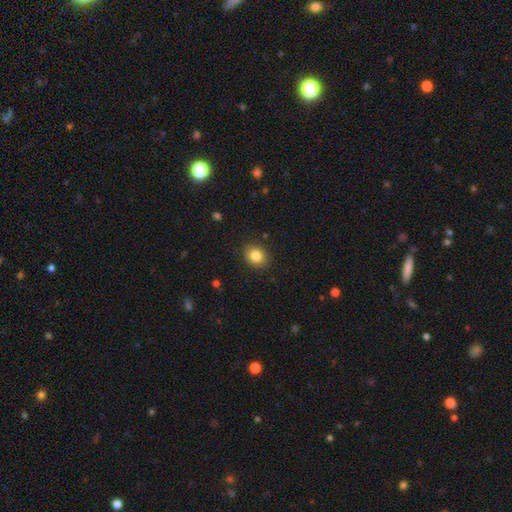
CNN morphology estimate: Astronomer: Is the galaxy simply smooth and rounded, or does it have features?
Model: smooth — 84%.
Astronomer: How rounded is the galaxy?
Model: round — 59% (runner-up: in between, 41%).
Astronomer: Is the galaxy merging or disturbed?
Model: none — 89%.